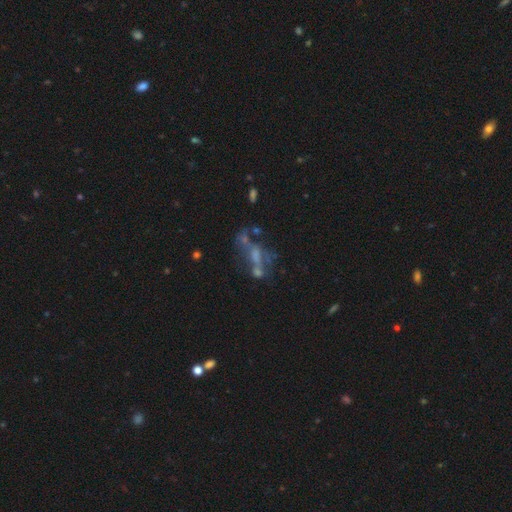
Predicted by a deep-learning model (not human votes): A featured or disk galaxy (53%). Merging: none (36%).